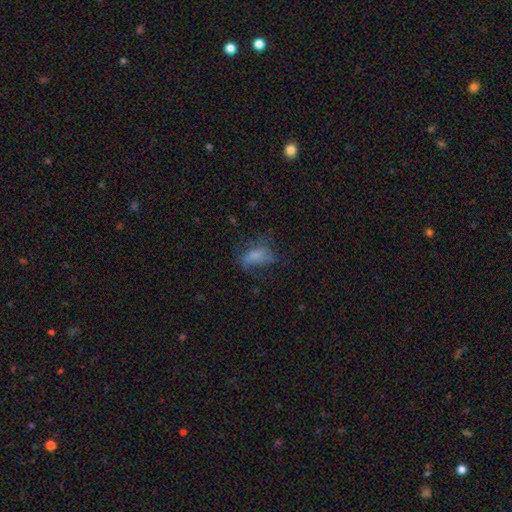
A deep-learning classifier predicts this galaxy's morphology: smooth_or_featured: smooth (p=0.55) [alt: featured or disk p=0.28]
how_rounded: in between (p=0.81) [alt: round p=0.11]
merging: none (p=0.39) [alt: major disturbance p=0.35]